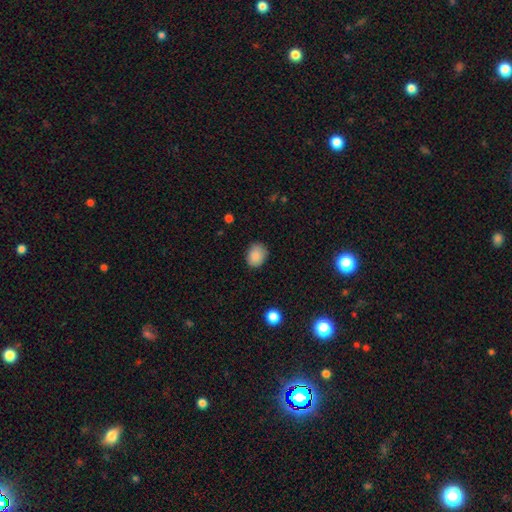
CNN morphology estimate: smooth 88%, star or artifact 8%, featured or disk 4%. Down the decision tree: how rounded — in between (53%); merging — none (83%).